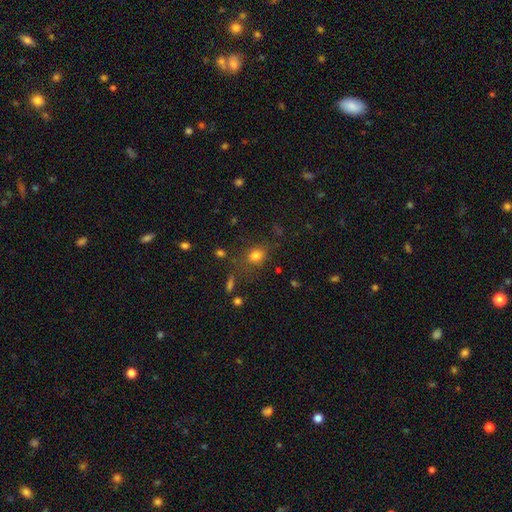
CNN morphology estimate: Smooth or featured? smooth (77%)
How rounded? round (53%)
Merging? none (71%)